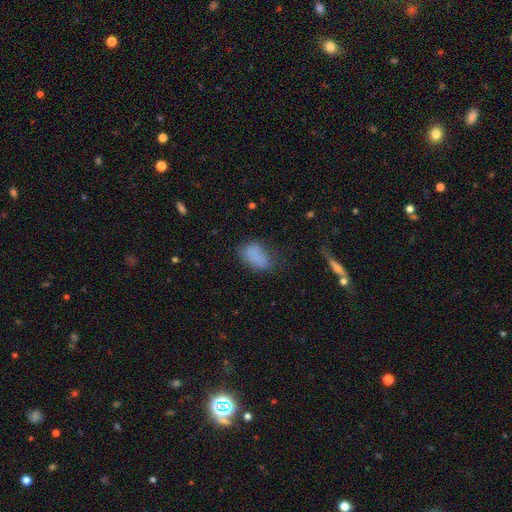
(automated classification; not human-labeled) Smooth or featured? smooth (80%)
How rounded? in between (89%)
Merging? none (53%)